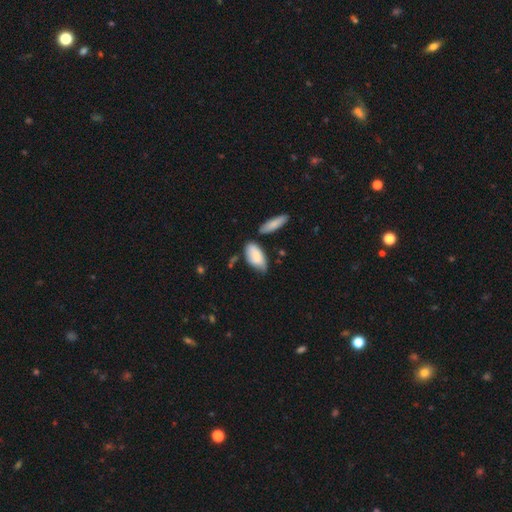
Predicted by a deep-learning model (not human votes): A smooth galaxy with no disk features (78%) that is in between round and cigar-shaped (91%).

Vote fractions:
- Smooth or featured? smooth: 78% / featured or disk: 16% / star or artifact: 6%
- How rounded? in between: 91% / cigar-shaped: 7% / round: 3%
- Merging? none: 46% / minor disturbance: 36% / merger: 9% / major disturbance: 8%